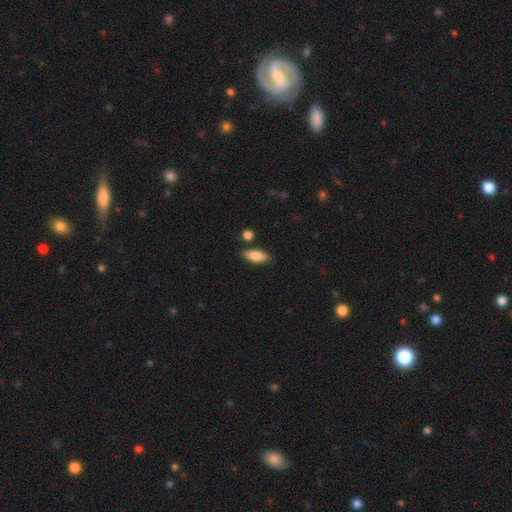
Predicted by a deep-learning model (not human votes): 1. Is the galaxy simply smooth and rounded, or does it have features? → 84% smooth, 10% featured or disk, 6% star or artifact.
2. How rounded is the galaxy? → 78% in between, 19% cigar-shaped, 3% round.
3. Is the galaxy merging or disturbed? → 82% none, 11% minor disturbance, 4% merger, 2% major disturbance.